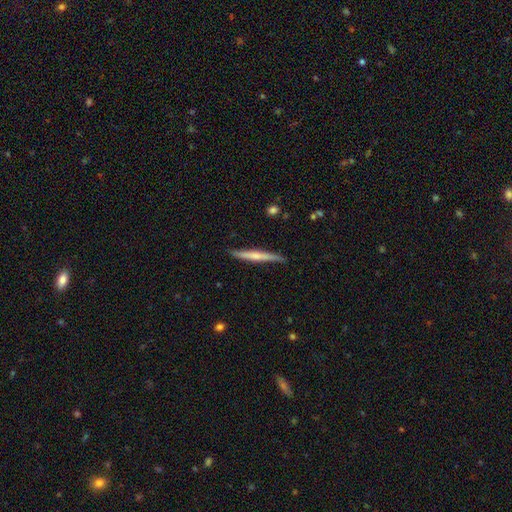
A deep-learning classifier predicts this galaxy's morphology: Overall: featured or disk (50%; smooth 44%). Edge-on disk: yes (96%). Merging: none (85%).